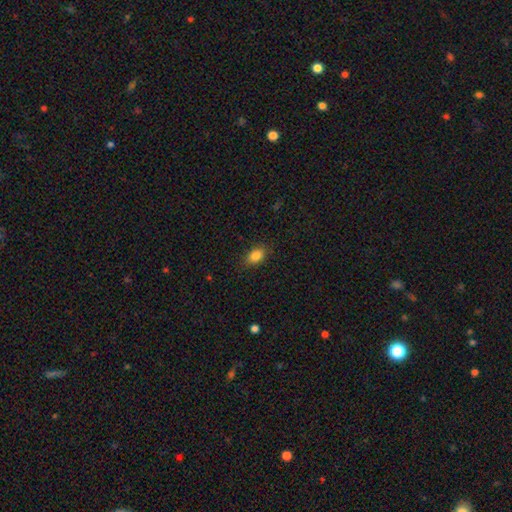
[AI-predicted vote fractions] The model was most divided on "how rounded": in between: 84%, round: 13%, cigar-shaped: 3%. More confident: smooth or featured — smooth (85%); merging — none (84%).